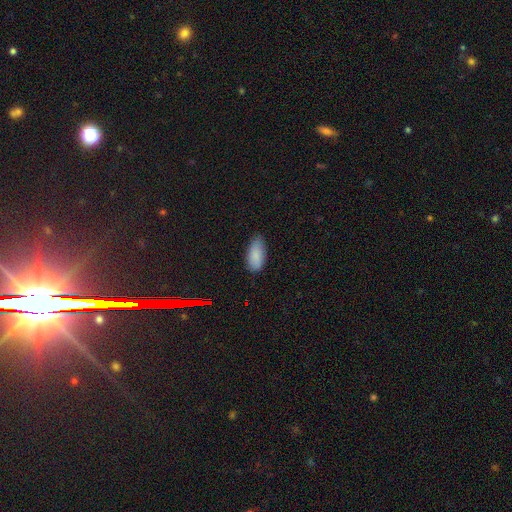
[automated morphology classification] smooth_or_featured: smooth (p=0.86) [alt: star or artifact p=0.07]
how_rounded: in between (p=0.89) [alt: cigar-shaped p=0.09]
merging: none (p=0.72) [alt: minor disturbance p=0.23]